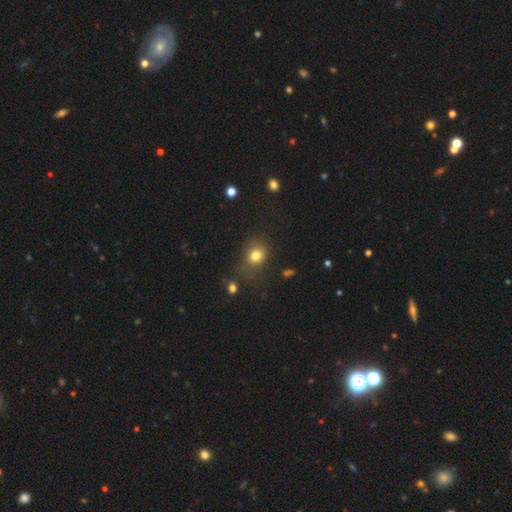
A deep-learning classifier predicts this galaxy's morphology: smooth_or_featured: smooth (p=0.79) [alt: star or artifact p=0.13]
how_rounded: round (p=0.67) [alt: in between p=0.32]
merging: none (p=0.64) [alt: minor disturbance p=0.20]